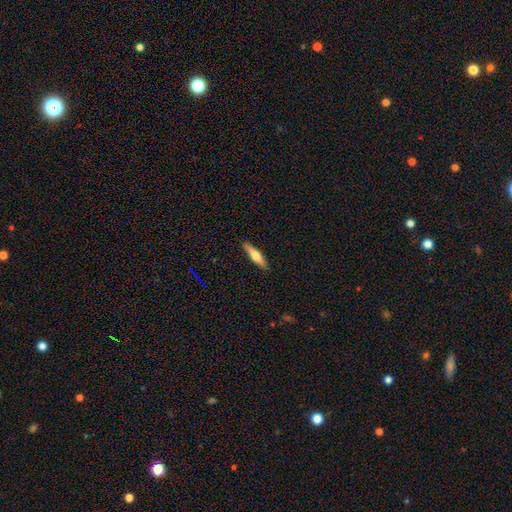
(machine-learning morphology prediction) Overall: smooth (51%; featured or disk 43%). How rounded: cigar-shaped (79%). Merging: none (90%).